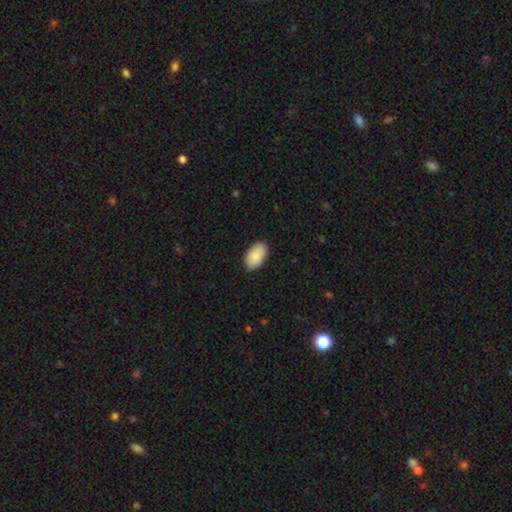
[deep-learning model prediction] The model was most divided on "merging": none: 88%, minor disturbance: 9%, major disturbance: 2%, merger: 1%. More confident: how rounded — in between (95%); smooth or featured — smooth (89%).